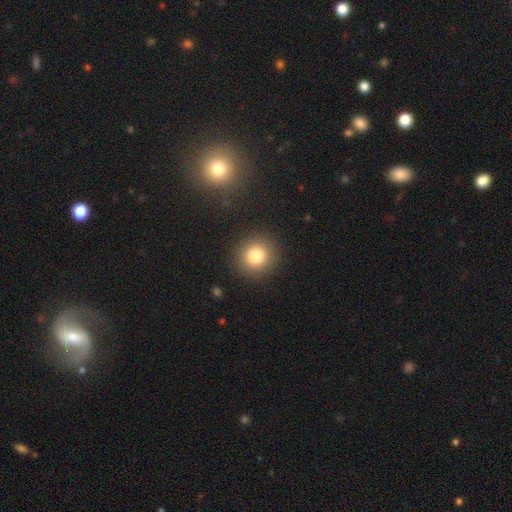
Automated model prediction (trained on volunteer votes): Smooth or featured? smooth (81%)
How rounded? round (93%)
Merging? none (90%)